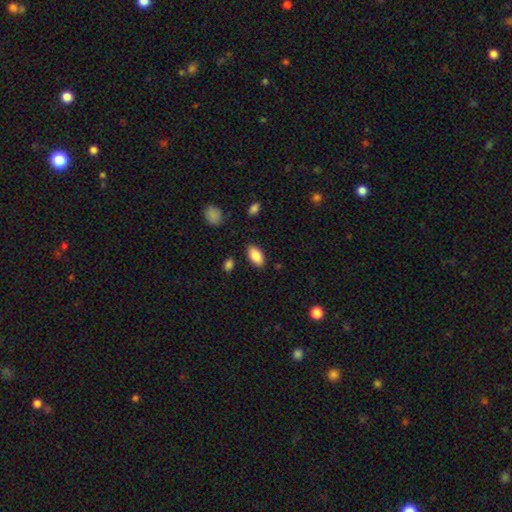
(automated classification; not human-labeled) The model was most divided on "merging": none: 84%, minor disturbance: 11%, major disturbance: 3%, merger: 2%. More confident: how rounded — in between (94%); smooth or featured — smooth (86%).